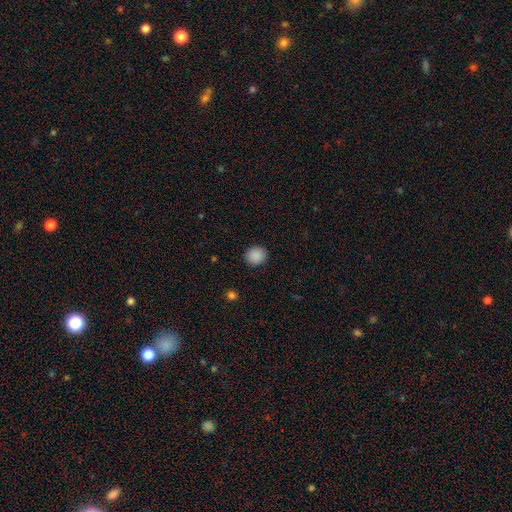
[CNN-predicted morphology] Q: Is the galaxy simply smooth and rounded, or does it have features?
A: smooth — 89%.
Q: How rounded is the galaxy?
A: round — 85%.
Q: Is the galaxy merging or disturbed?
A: none — 90%.